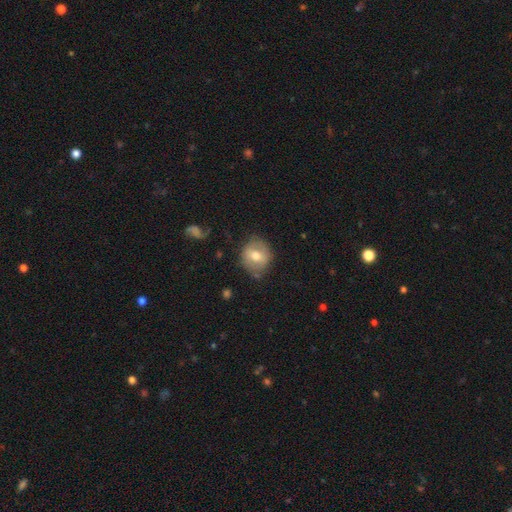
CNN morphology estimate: Q: Smooth or featured?
A: smooth (59%); runner-up: featured or disk (34%)
Q: How rounded?
A: round (76%); runner-up: in between (23%)
Q: Merging?
A: none (73%); runner-up: minor disturbance (19%)